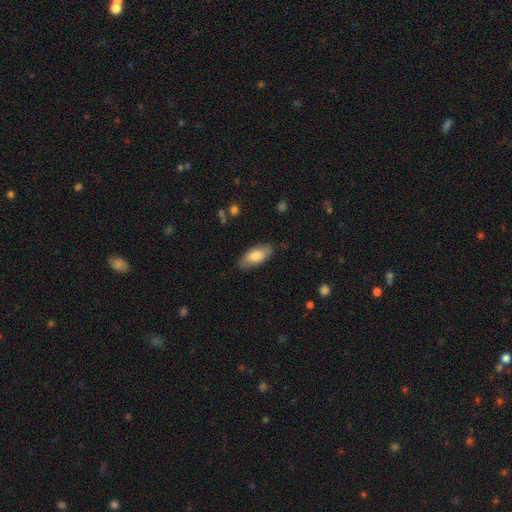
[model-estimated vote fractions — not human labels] This is likely a smooth galaxy (77%). How rounded: clearly in between (88%). Merging: clearly none (83%).